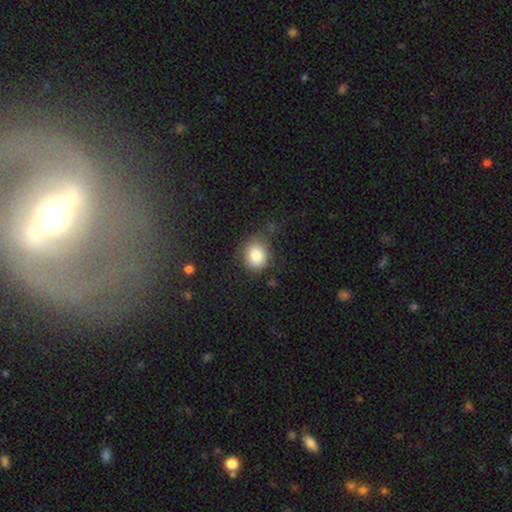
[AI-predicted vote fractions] Smooth or featured: smooth — 83% (star or artifact — 9%)
How rounded: round — 70% (in between — 30%)
Merging: none — 70% (minor disturbance — 20%)